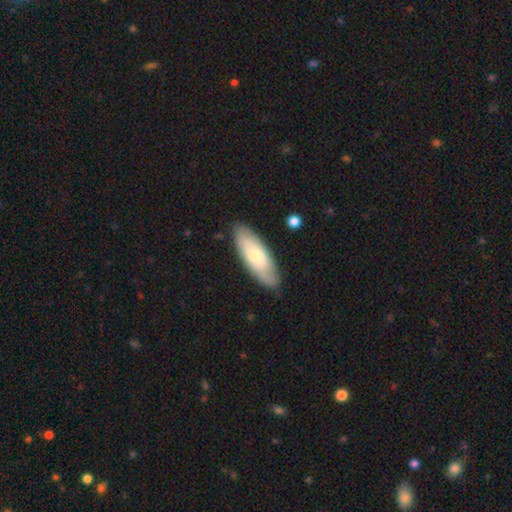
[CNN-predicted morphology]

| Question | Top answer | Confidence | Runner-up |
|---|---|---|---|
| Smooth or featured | smooth | 58% | featured or disk (37%) |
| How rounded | in between | 70% | cigar-shaped (28%) |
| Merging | none | 82% | minor disturbance (14%) |